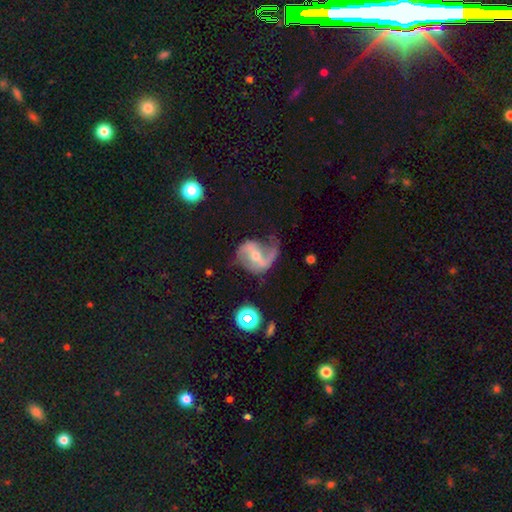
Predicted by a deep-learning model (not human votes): smooth_or_featured: featured or disk (p=0.84) [alt: smooth p=0.09]
disk_edge_on: no (p=0.97) [alt: yes p=0.03]
bar: weak (p=0.39) [tied with: strong p=0.39]
has_spiral_arms: yes (p=0.93) [alt: no p=0.07]
spiral_winding: loose (p=0.56) [alt: medium p=0.34]
spiral_arm_count: 2 (p=0.74) [alt: 1 p=0.19]
bulge_size: moderate (p=0.50) [alt: small p=0.45]
merging: none (p=0.50) [alt: minor disturbance p=0.25]